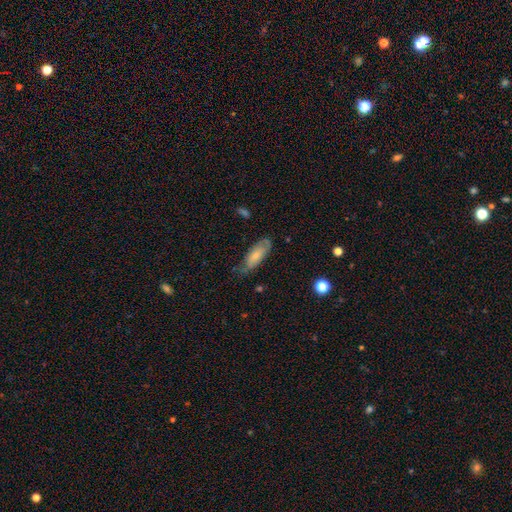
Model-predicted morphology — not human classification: type=smooth (64%); roundness=in between (74%); merging=none (58%).